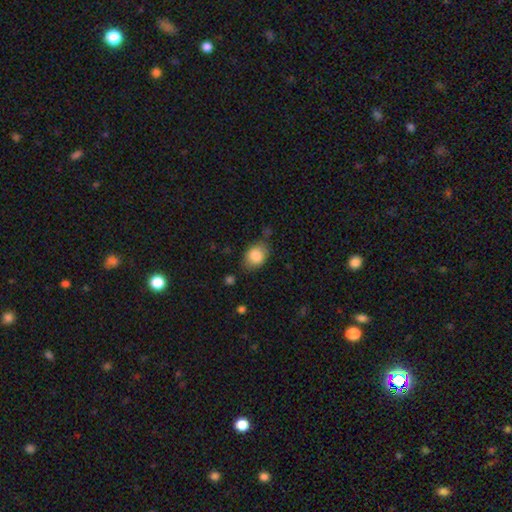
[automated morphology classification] This appears to be a smooth galaxy with no disk features (83%) that is in between round and cigar-shaped (71%). Merging: none (71%).